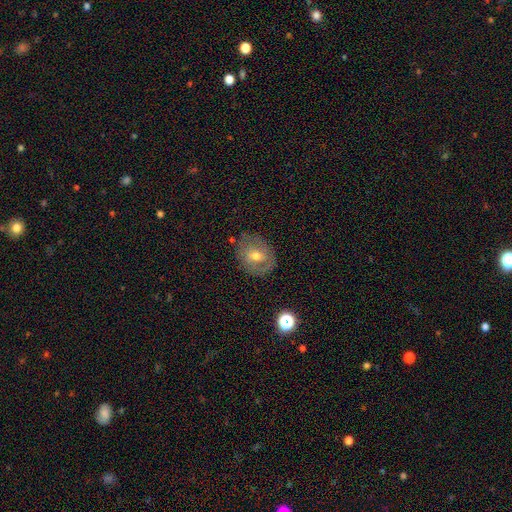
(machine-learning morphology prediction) Smooth or featured?
  - featured or disk: 53% *
  - smooth: 36%
  - star or artifact: 10%
Edge-on disk?
  - no: 95% *
  - yes: 5%
Bar?
  - no: 48% *
  - weak: 40%
  - strong: 12%
Spiral arms?
  - yes: 61% *
  - no: 39%
Bulge size?
  - moderate: 68% *
  - small: 26%
  - large: 4%
  - none: 1%
  - dominant: 1%
Merging?
  - none: 75% *
  - minor disturbance: 17%
  - major disturbance: 6%
  - merger: 2%